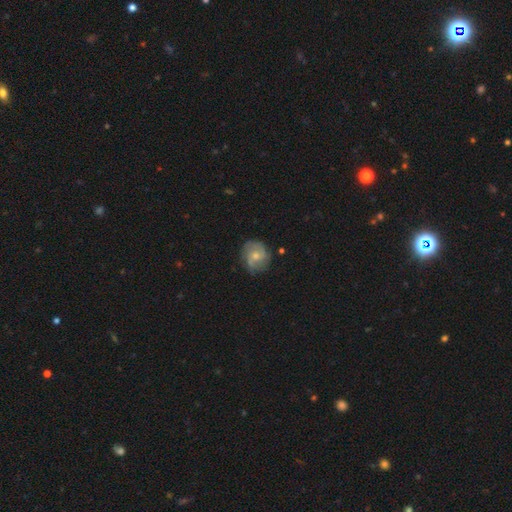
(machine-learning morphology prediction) Smooth or featured? Predicted: featured or disk (p=0.63). Edge-on disk? Predicted: no (p=0.98). Bar? Predicted: no (p=0.69). Spiral arms? Predicted: yes (p=0.87). Spiral winding? Predicted: medium (p=0.42). Spiral arm count? Predicted: 2 (p=0.46). Bulge size? Predicted: moderate (p=0.50). Merging? Predicted: none (p=0.72).